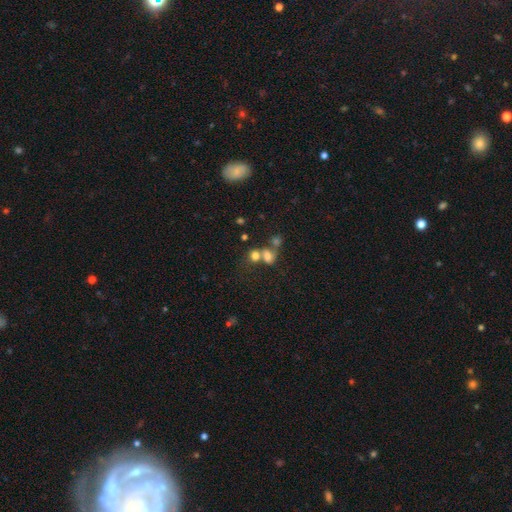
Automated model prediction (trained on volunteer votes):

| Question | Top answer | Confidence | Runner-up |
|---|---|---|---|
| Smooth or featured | smooth | 68% | featured or disk (16%) |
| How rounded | round | 55% | in between (44%) |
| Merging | merger | 54% | none (30%) |